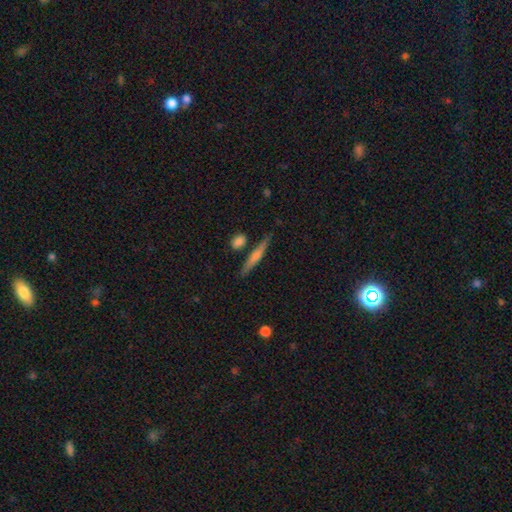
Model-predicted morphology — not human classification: A featured or disk galaxy (48%).

Vote fractions:
- Smooth or featured? featured or disk: 48% / smooth: 45% / star or artifact: 7%
- Merging? none: 83% / minor disturbance: 9% / merger: 6% / major disturbance: 2%